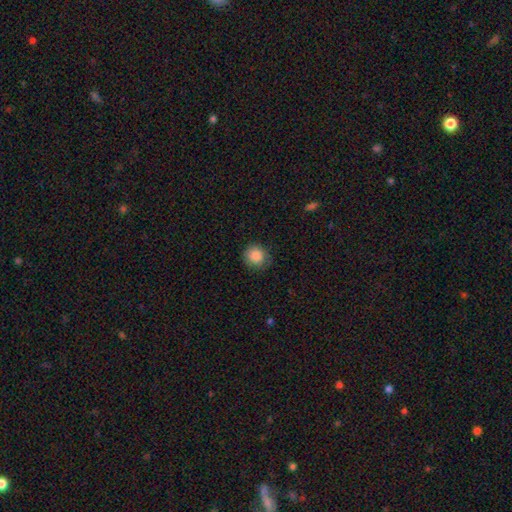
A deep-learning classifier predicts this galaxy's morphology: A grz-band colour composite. It shows a smooth galaxy with no disk features (86%) that is round (90%). Merging: none (81%).